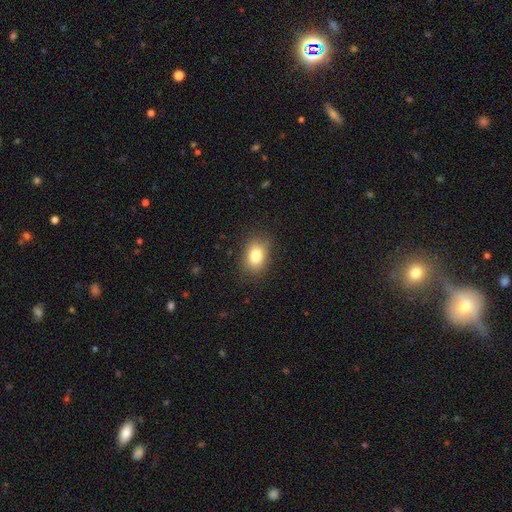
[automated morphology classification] Smooth or featured?
  - smooth: 81% *
  - star or artifact: 10%
  - featured or disk: 9%
How rounded?
  - in between: 73% *
  - round: 25%
  - cigar-shaped: 1%
Merging?
  - none: 84% *
  - minor disturbance: 11%
  - major disturbance: 3%
  - merger: 1%